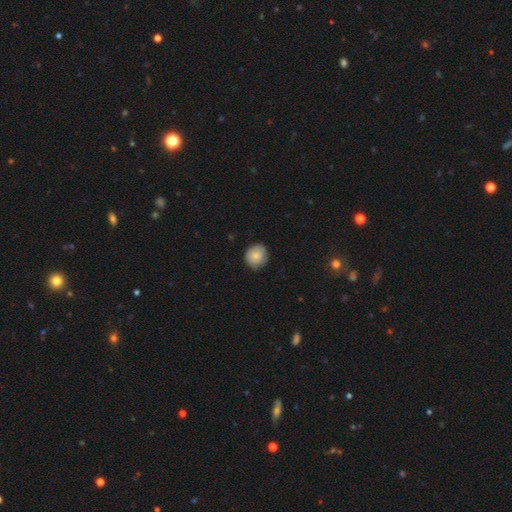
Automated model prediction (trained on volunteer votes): Smooth or featured: smooth — 81% (featured or disk — 11%)
How rounded: round — 80% (in between — 19%)
Merging: none — 79% (minor disturbance — 18%)